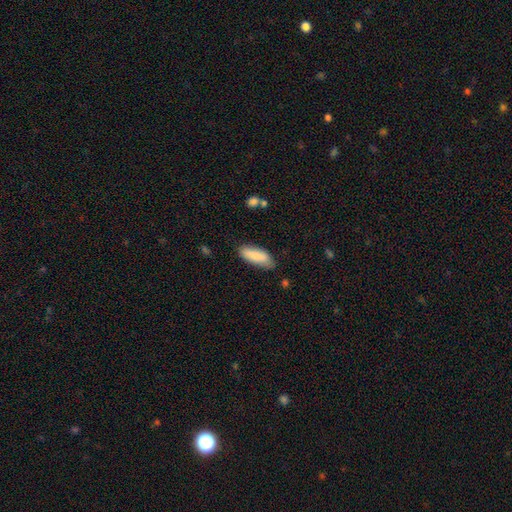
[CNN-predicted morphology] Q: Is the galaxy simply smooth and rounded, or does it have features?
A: smooth — 85%.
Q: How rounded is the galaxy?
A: in between — 67%.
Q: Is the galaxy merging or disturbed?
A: none — 79%.